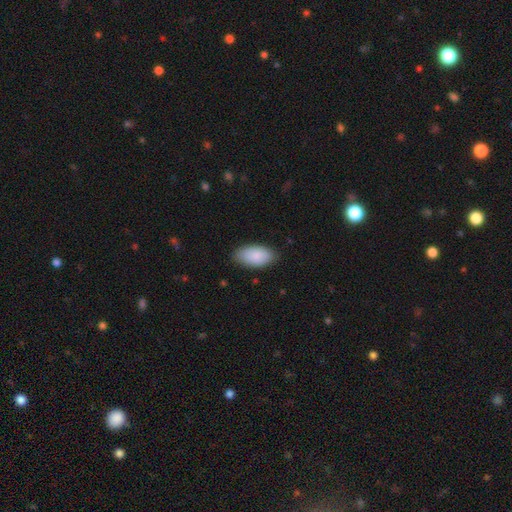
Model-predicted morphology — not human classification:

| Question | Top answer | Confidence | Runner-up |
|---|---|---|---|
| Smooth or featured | smooth | 86% | featured or disk (8%) |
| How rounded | in between | 95% | cigar-shaped (3%) |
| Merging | none | 83% | minor disturbance (14%) |